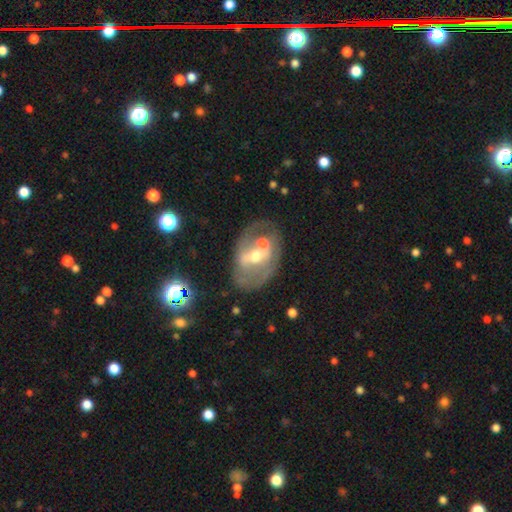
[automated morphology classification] This appears to be a featured or disk galaxy (68%) with no bar (38%), no spiral arms (66%) and a moderate central bulge (71%). Merging: none (56%).